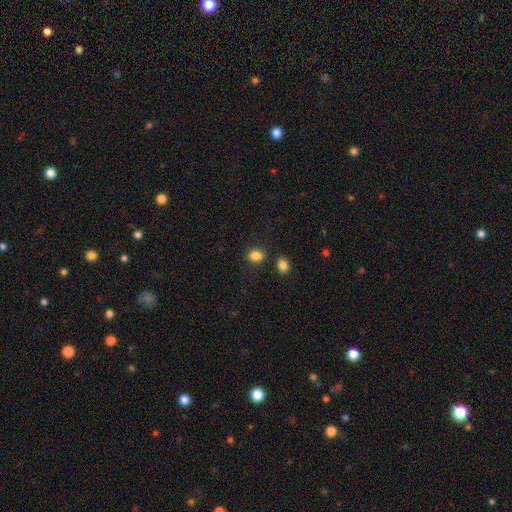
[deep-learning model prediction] A smooth galaxy with no disk features (86%) that is in between round and cigar-shaped (70%).

Vote fractions:
- Smooth or featured? smooth: 86% / star or artifact: 10% / featured or disk: 4%
- How rounded? in between: 70% / round: 29% / cigar-shaped: 1%
- Merging? none: 80% / minor disturbance: 10% / merger: 7% / major disturbance: 3%